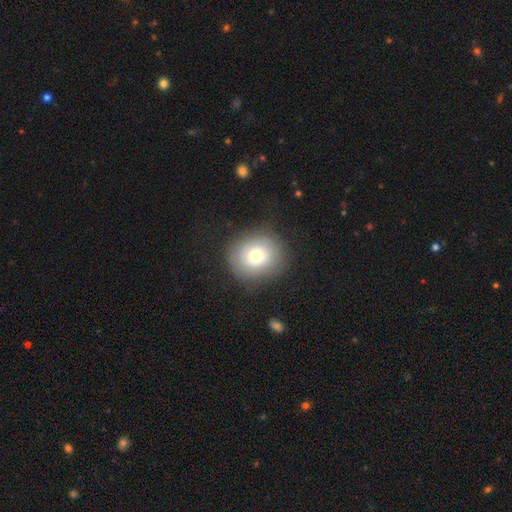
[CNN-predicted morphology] Q: Smooth or featured?
A: smooth (64%); runner-up: featured or disk (27%)
Q: How rounded?
A: round (83%); runner-up: in between (16%)
Q: Merging?
A: none (82%); runner-up: minor disturbance (11%)